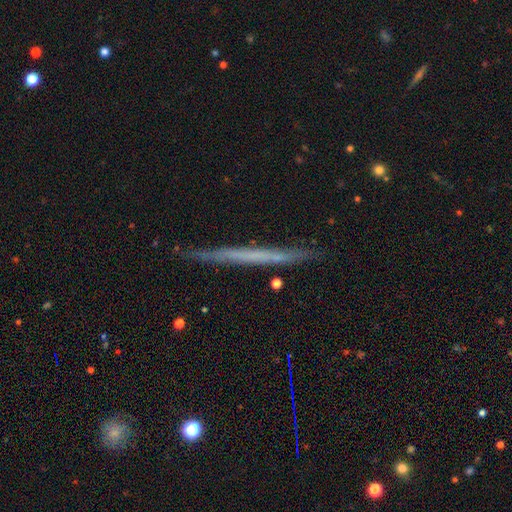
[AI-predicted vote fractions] This appears to be a featured or disk galaxy (56%) viewed edge-on (97%) with no central bulge (93%). Merging: none (88%).